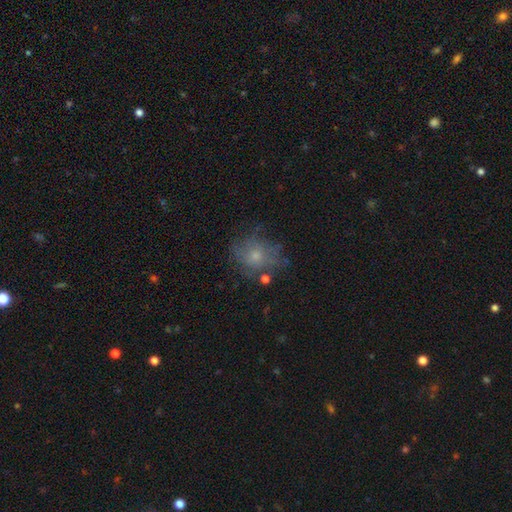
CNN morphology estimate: This is possibly a smooth galaxy (54%). How rounded: likely round (65%). Merging: possibly none (58%).